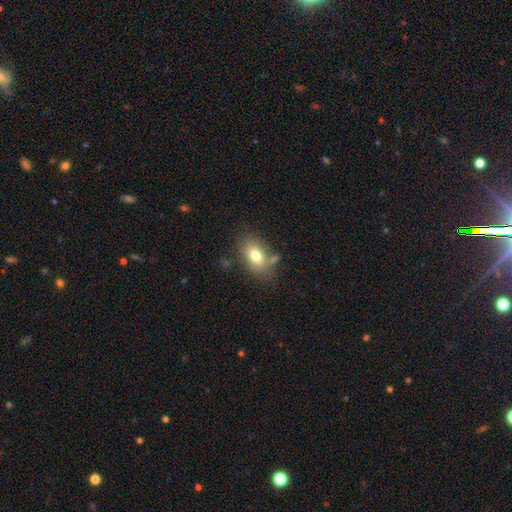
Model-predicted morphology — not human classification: Smooth or featured? smooth (75%)
How rounded? in between (84%)
Merging? none (67%)